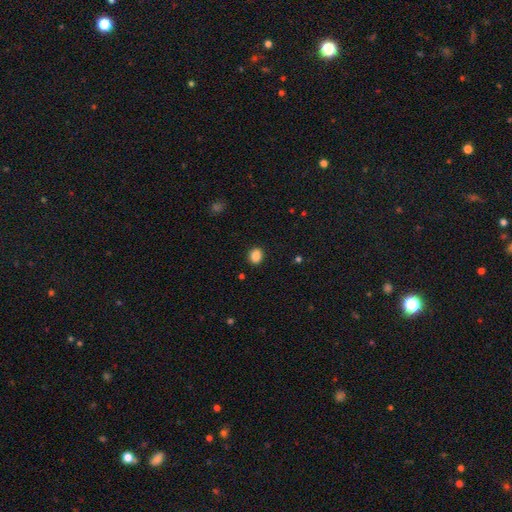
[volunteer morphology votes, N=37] Volunteers were most divided on "how rounded": round: 69%, in between: 31%, cigar-shaped: 0%. More confident: smooth or featured — smooth (95%); merging — none (94%).